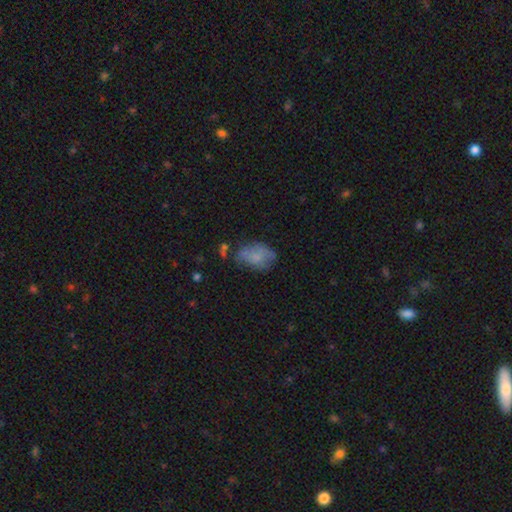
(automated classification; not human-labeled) This is likely a smooth galaxy (65%). How rounded: clearly in between (83%). Merging: marginally none (44%).